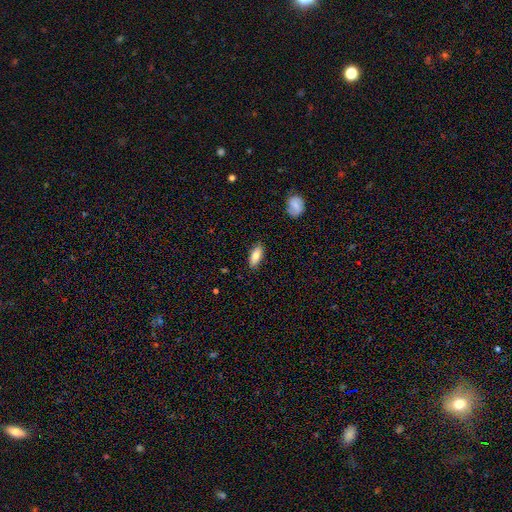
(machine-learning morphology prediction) smooth-or-featured: smooth: 79% | featured or disk: 14% | star or artifact: 7%
  how-rounded: in between: 83% | cigar-shaped: 15% | round: 2%
  merging: none: 86% | minor disturbance: 10% | major disturbance: 2% | merger: 1%